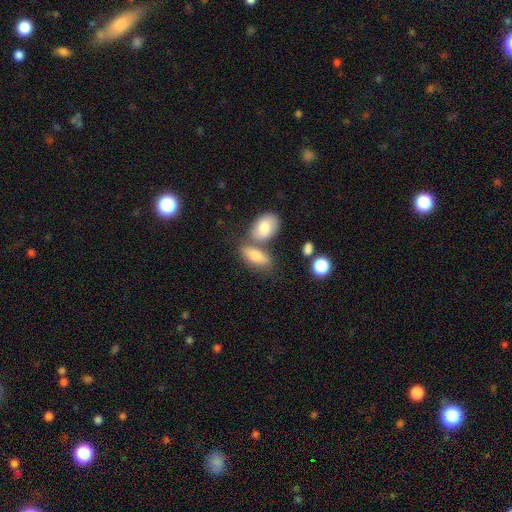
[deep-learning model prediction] Q: Smooth or featured?
A: smooth (75%); runner-up: featured or disk (18%)
Q: How rounded?
A: in between (82%); runner-up: cigar-shaped (12%)
Q: Merging?
A: none (46%); runner-up: merger (36%)